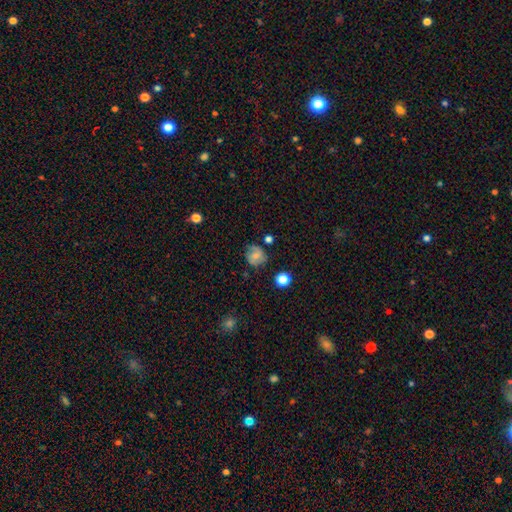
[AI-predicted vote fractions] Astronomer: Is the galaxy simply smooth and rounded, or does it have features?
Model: smooth — 52% (runner-up: featured or disk, 37%).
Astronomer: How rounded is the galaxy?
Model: round — 76%.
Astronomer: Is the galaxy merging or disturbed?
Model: none — 66%.